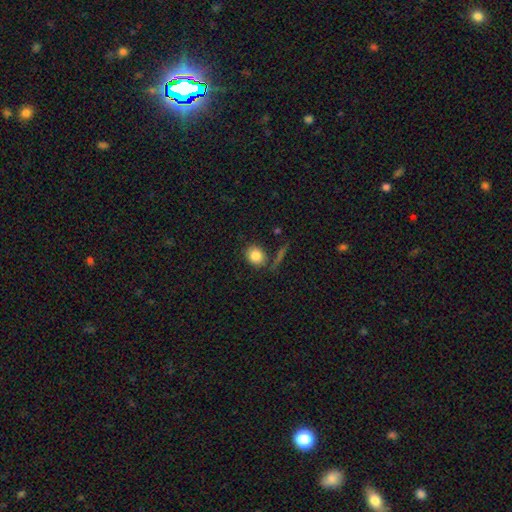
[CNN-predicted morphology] type=smooth (82%); roundness=round (63%); merging=none (74%).